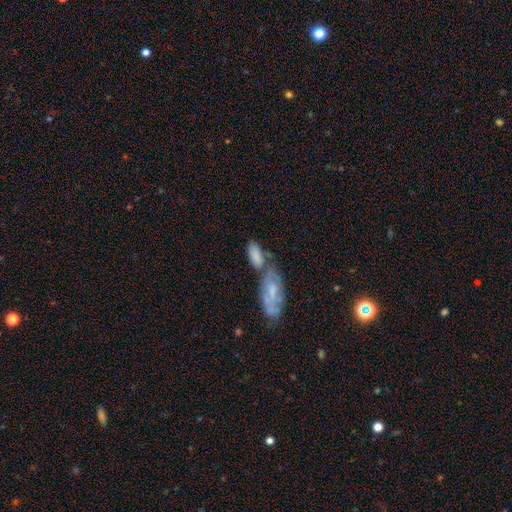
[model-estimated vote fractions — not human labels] Overall: smooth (73%). How rounded: in between (84%). Merging: merger (46%; none 32%).